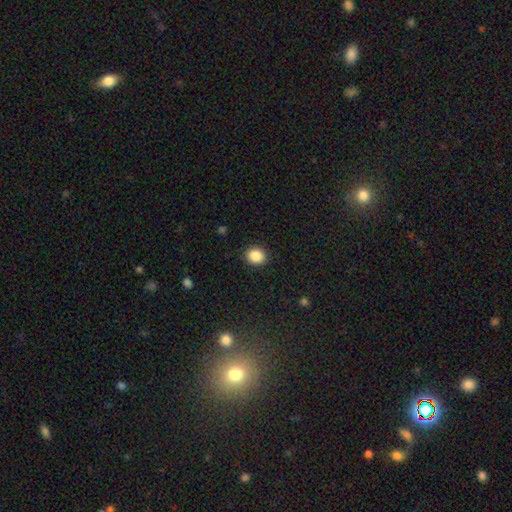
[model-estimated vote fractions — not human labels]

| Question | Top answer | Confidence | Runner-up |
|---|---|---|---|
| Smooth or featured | smooth | 87% | star or artifact (9%) |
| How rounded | round | 69% | in between (30%) |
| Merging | none | 90% | minor disturbance (6%) |